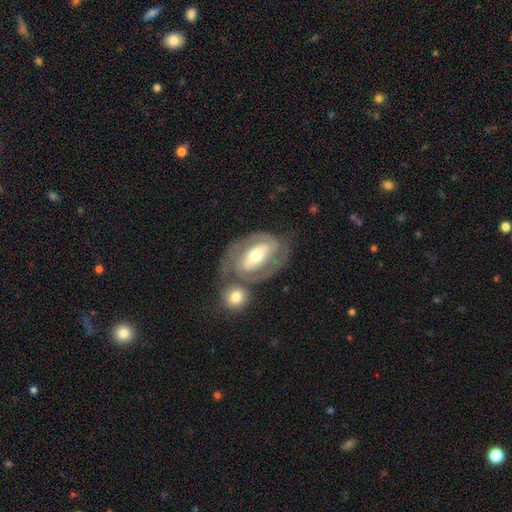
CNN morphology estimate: Smooth or featured? Predicted: featured or disk (p=0.82). Edge-on disk? Predicted: no (p=0.96). Bar? Predicted: strong (p=0.50). Spiral arms? Predicted: yes (p=0.90). Spiral winding? Predicted: tight (p=0.53). Spiral arm count? Predicted: 2 (p=0.84). Bulge size? Predicted: moderate (p=0.68). Merging? Predicted: none (p=0.54).